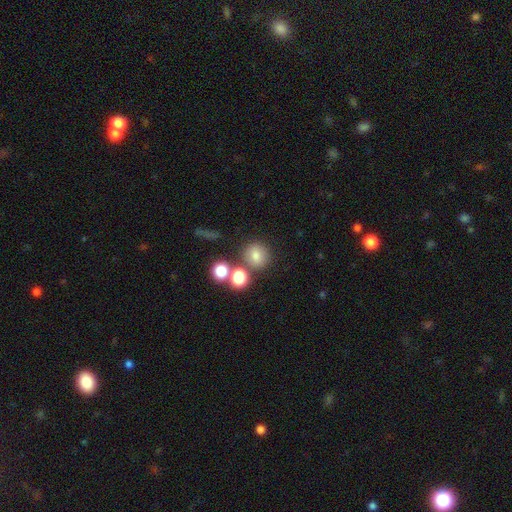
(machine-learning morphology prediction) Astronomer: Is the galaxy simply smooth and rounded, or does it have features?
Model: smooth — 74%.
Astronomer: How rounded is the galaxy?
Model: round — 86%.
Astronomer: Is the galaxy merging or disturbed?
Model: none — 68%.